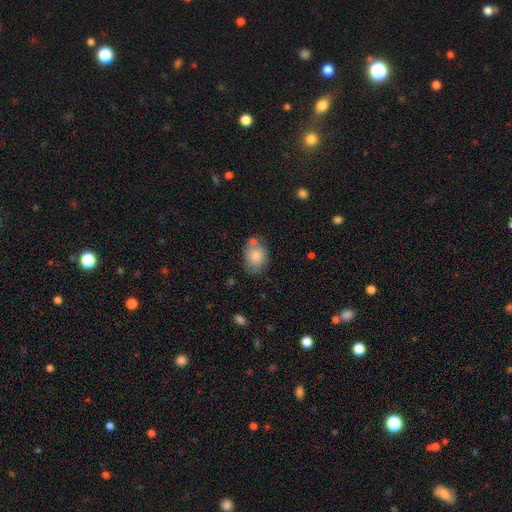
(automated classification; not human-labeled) smooth_or_featured: smooth (p=0.80) [alt: featured or disk p=0.13]
how_rounded: in between (p=0.71) [alt: round p=0.28]
merging: none (p=0.61) [alt: minor disturbance p=0.22]